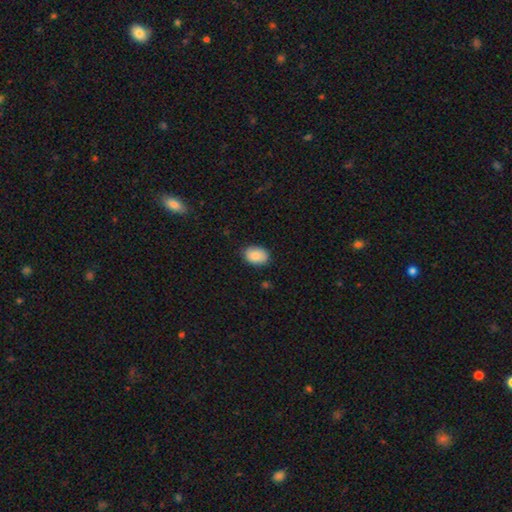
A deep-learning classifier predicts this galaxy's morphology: Smooth or featured? Predicted: smooth (p=0.88). How rounded? Predicted: in between (p=0.78). Merging? Predicted: none (p=0.83).